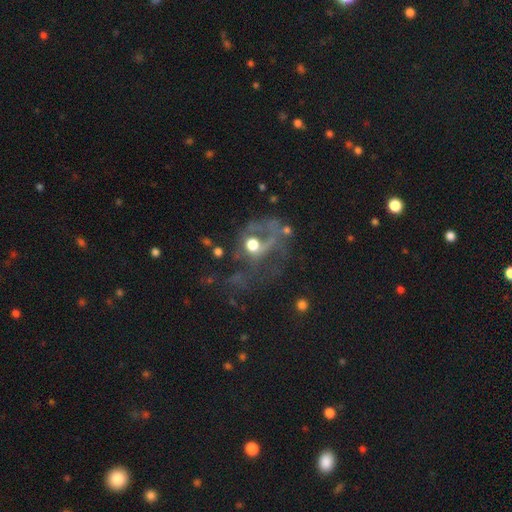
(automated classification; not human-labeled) A featured or disk galaxy (49%). Merging: none (40%).